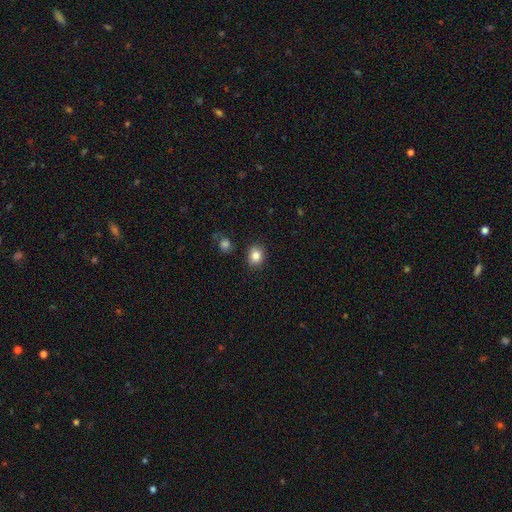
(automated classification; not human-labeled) A smooth galaxy with no disk features (84%) that is round (64%). Merging: none (86%).